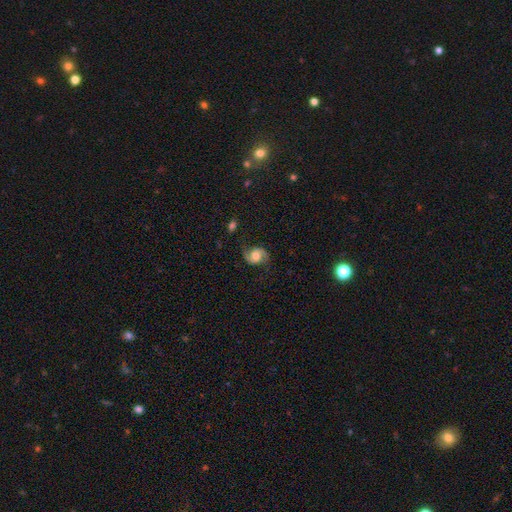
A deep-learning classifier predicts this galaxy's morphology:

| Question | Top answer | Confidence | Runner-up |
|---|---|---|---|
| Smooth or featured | featured or disk | 80% | smooth (13%) |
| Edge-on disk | no | 98% | yes (2%) |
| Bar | no | 58% | weak (34%) |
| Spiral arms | yes | 96% | no (4%) |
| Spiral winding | medium | 46% | loose (40%) |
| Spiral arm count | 2 | 93% | can't tell (2%) |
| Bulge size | moderate | 63% | large (18%) |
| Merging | none | 78% | minor disturbance (15%) |